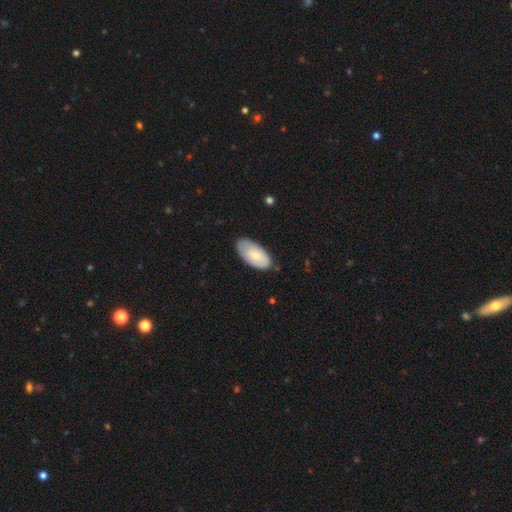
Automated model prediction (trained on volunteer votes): This is likely a smooth galaxy (72%). How rounded: clearly in between (95%). Merging: likely none (73%).